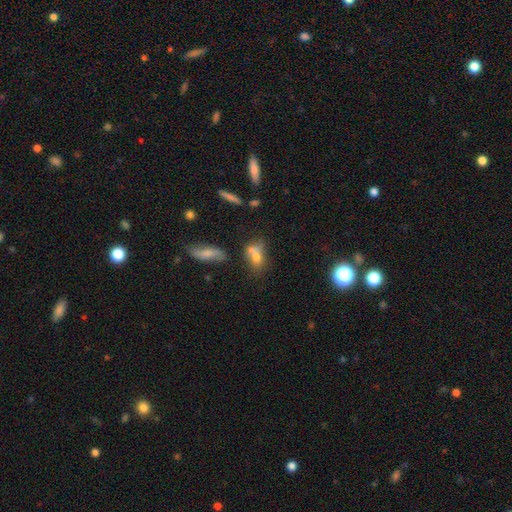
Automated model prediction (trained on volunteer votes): Smooth or featured? Predicted: smooth (p=0.62). How rounded? Predicted: in between (p=0.55). Merging? Predicted: none (p=0.42).